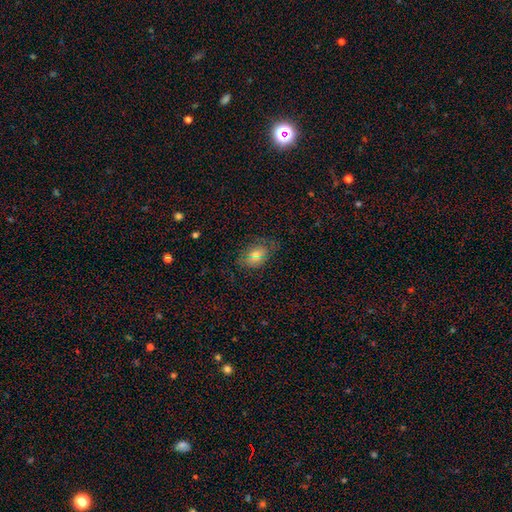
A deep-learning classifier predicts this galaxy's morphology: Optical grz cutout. It shows a smooth galaxy with no disk features (60%) that is in between round and cigar-shaped (82%). Merging: none (73%).